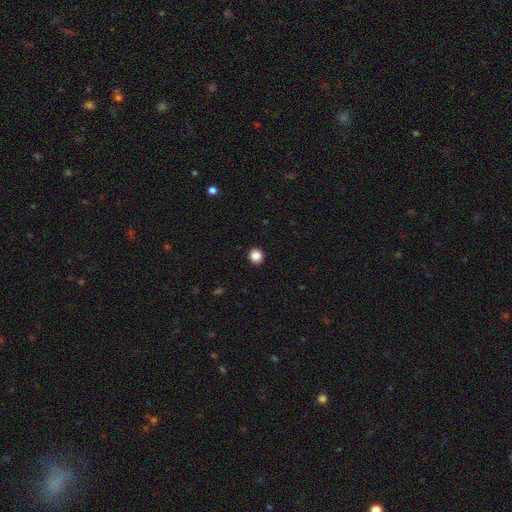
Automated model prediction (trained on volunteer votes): This appears to be a smooth galaxy with no disk features (87%) that is round (84%). Merging: none (92%).